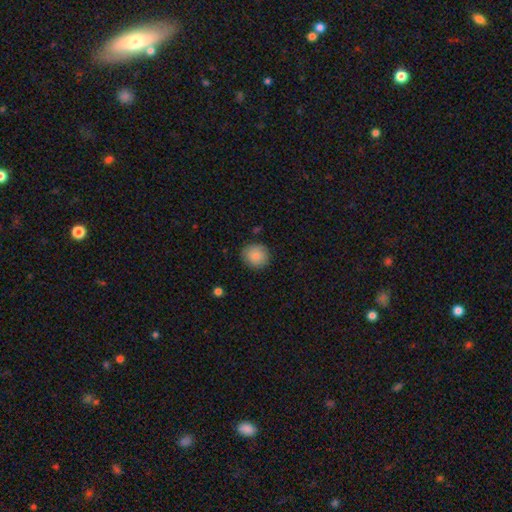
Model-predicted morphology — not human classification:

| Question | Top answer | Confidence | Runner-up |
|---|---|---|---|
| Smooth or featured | smooth | 85% | featured or disk (8%) |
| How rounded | round | 87% | in between (12%) |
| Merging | none | 85% | minor disturbance (11%) |